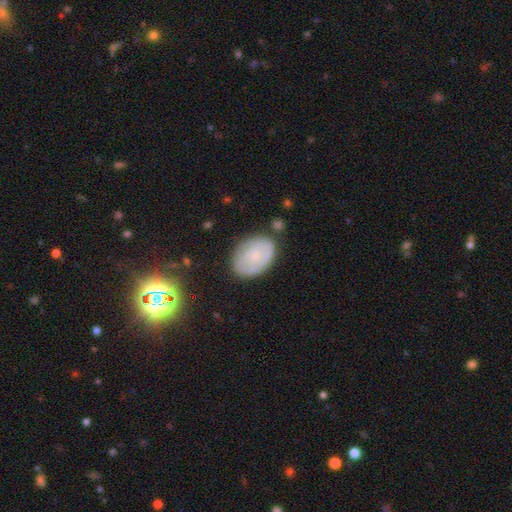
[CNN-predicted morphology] Overall: smooth (52%; featured or disk 39%). How rounded: in between (80%). Merging: none (74%).